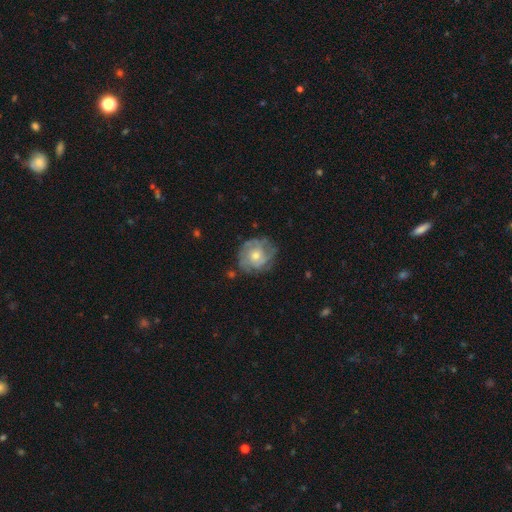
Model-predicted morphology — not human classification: Q: Smooth or featured?
A: featured or disk (66%); runner-up: smooth (27%)
Q: Edge-on disk?
A: no (97%); runner-up: yes (3%)
Q: Bar?
A: no (79%); runner-up: weak (18%)
Q: Spiral arms?
A: yes (78%); runner-up: no (22%)
Q: Spiral winding?
A: tight (60%); runner-up: medium (30%)
Q: Spiral arm count?
A: can't tell (45%); runner-up: 3 (20%)
Q: Bulge size?
A: moderate (64%); runner-up: small (29%)
Q: Merging?
A: none (71%); runner-up: minor disturbance (20%)